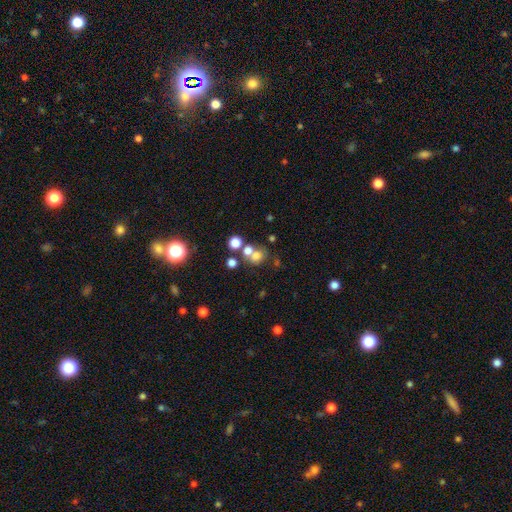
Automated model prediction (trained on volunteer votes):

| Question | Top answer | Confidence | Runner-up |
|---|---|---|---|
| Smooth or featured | smooth | 65% | star or artifact (21%) |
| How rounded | round | 64% | in between (35%) |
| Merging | none | 42% | merger (38%) |